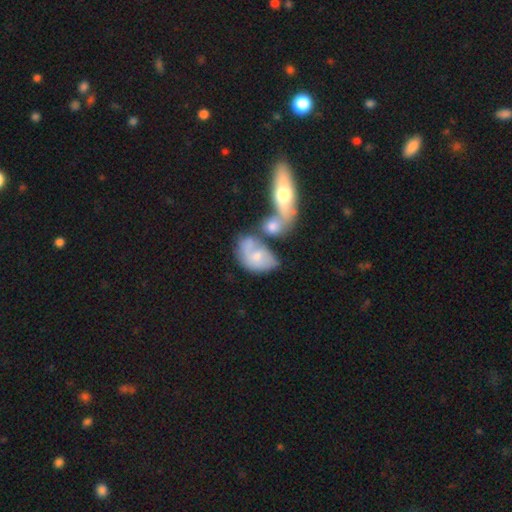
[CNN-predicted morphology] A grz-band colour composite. It shows a featured or disk galaxy (50%). Merging: merger (50%).